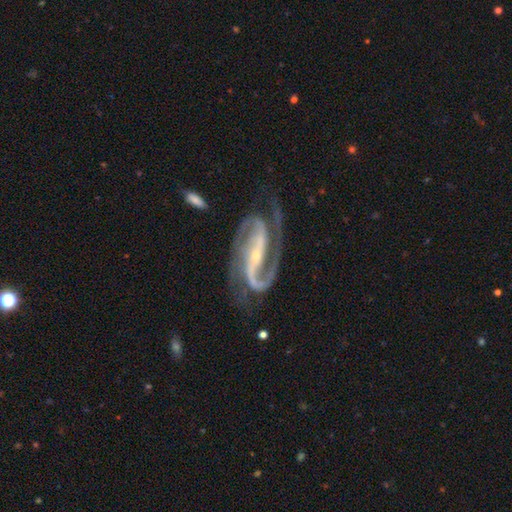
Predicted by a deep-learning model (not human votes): Smooth or featured: featured or disk — 93% (star or artifact — 5%)
Edge-on disk: no — 96% (yes — 4%)
Bar: strong — 66% (weak — 20%)
Spiral arms: yes — 98% (no — 2%)
Spiral winding: medium — 56% (tight — 26%)
Spiral arm count: 2 — 90% (3 — 3%)
Bulge size: small — 77% (moderate — 20%)
Merging: none — 68% (minor disturbance — 18%)